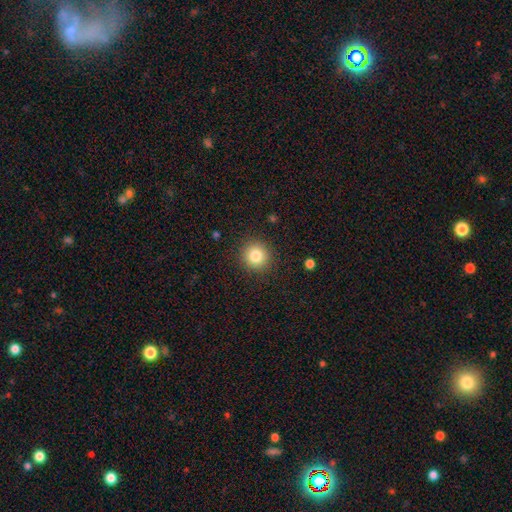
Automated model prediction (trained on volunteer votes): This is clearly a smooth galaxy (82%). How rounded: clearly round (94%). Merging: clearly none (90%).